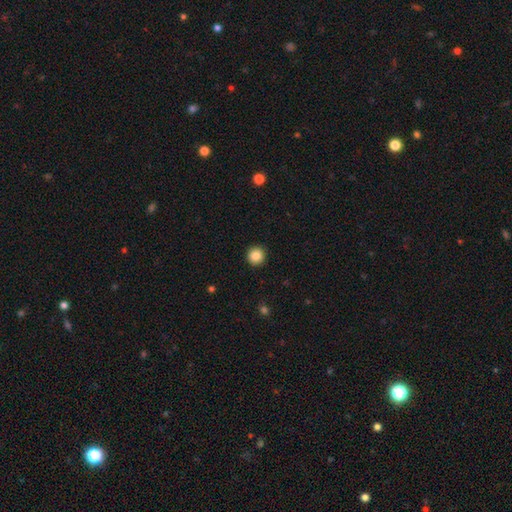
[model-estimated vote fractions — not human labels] Q: Smooth or featured?
A: smooth (87%); runner-up: star or artifact (9%)
Q: How rounded?
A: round (95%); runner-up: in between (4%)
Q: Merging?
A: none (93%); runner-up: minor disturbance (4%)